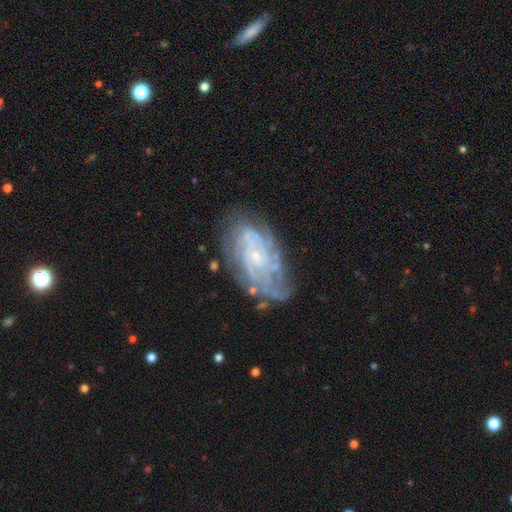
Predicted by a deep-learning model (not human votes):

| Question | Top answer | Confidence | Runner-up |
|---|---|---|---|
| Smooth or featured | featured or disk | 81% | smooth (11%) |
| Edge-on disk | no | 95% | yes (5%) |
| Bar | no | 70% | weak (25%) |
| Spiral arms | yes | 92% | no (8%) |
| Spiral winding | tight | 65% | medium (28%) |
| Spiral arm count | can't tell | 43% | 4 (17%) |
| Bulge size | small | 78% | moderate (12%) |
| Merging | none | 66% | minor disturbance (21%) |